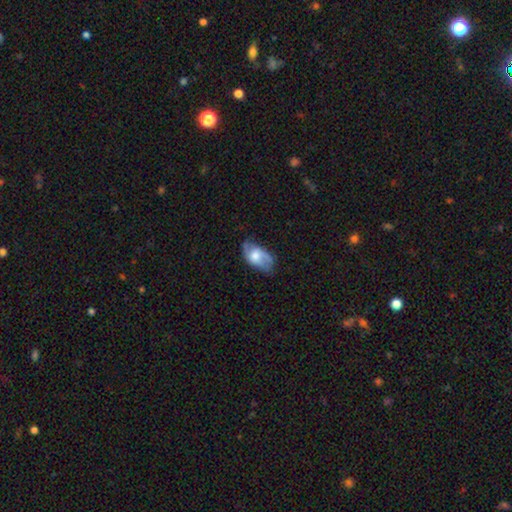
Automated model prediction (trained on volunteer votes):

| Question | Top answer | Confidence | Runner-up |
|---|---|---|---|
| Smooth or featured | featured or disk | 54% | smooth (39%) |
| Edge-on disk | no | 93% | yes (7%) |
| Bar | no | 58% | weak (35%) |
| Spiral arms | yes | 78% | no (22%) |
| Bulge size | moderate | 53% | large (22%) |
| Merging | none | 56% | minor disturbance (29%) |